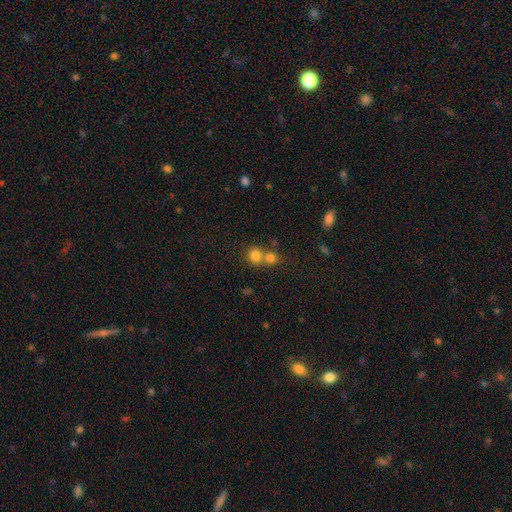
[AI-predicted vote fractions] This appears to be a smooth galaxy with no disk features (79%) that is round (83%). Merging: merger (51%).